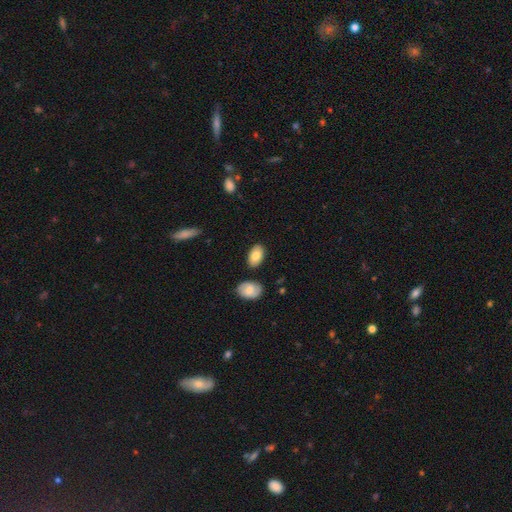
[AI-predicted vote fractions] smooth-or-featured: smooth: 79% | featured or disk: 14% | star or artifact: 7%
  how-rounded: in between: 93% | round: 6% | cigar-shaped: 2%
  merging: none: 82% | minor disturbance: 11% | merger: 5% | major disturbance: 2%